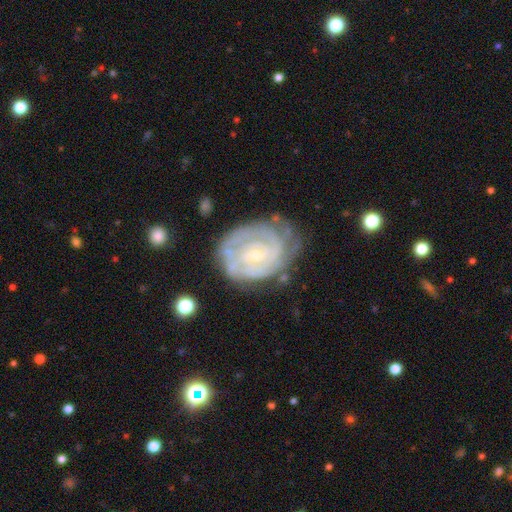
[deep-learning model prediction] A featured or disk galaxy (86%) with no bar (51%), tight (76%) spiral arms (94%) and a small central bulge (77%).

Vote fractions:
- Smooth or featured? featured or disk: 86% / smooth: 9% / star or artifact: 5%
- Edge-on disk? no: 97% / yes: 3%
- Bar? no: 51% / weak: 40% / strong: 9%
- Spiral arms? yes: 94% / no: 6%
- Spiral winding? tight: 76% / medium: 20% / loose: 4%
- Spiral arm count? can't tell: 38% / 2: 26% / 3: 17% / 4: 9% / 1: 5% / more than 4: 5%
- Bulge size? small: 77% / moderate: 19% / none: 2% / large: 1% / dominant: 1%
- Merging? none: 61% / minor disturbance: 26% / major disturbance: 11% / merger: 2%